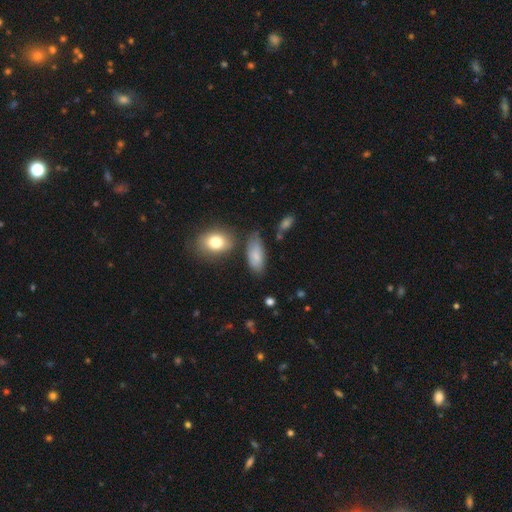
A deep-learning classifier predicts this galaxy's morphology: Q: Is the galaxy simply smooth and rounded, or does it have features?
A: smooth — 76%.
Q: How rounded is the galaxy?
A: in between — 87%.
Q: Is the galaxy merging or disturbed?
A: none — 66%.